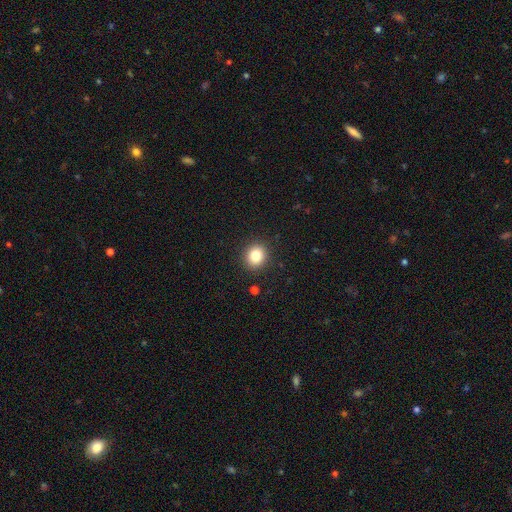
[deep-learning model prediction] A smooth galaxy with no disk features (82%) that is round (79%). Merging: none (91%).